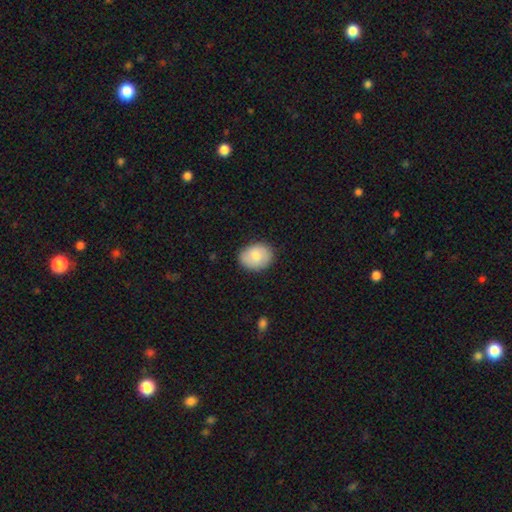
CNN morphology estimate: smooth 78%, featured or disk 16%, star or artifact 7%. Down the decision tree: how rounded — in between (55%); merging — none (84%).